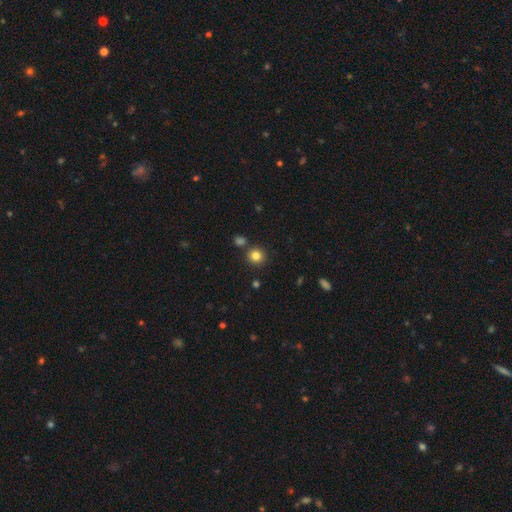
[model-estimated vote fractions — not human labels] Q: Smooth or featured?
A: smooth (82%); runner-up: star or artifact (12%)
Q: How rounded?
A: round (92%); runner-up: in between (7%)
Q: Merging?
A: none (83%); runner-up: merger (7%)